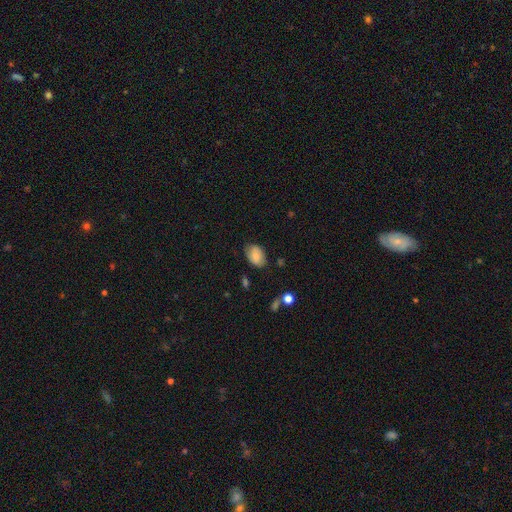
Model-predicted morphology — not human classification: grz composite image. It shows a smooth galaxy with no disk features (83%) that is in between round and cigar-shaped (86%). Merging: none (75%).